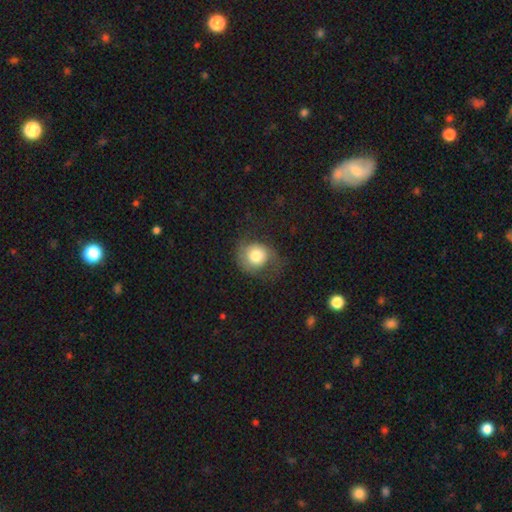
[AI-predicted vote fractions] A smooth galaxy with no disk features (69%) that is round (81%). Merging: none (50%).